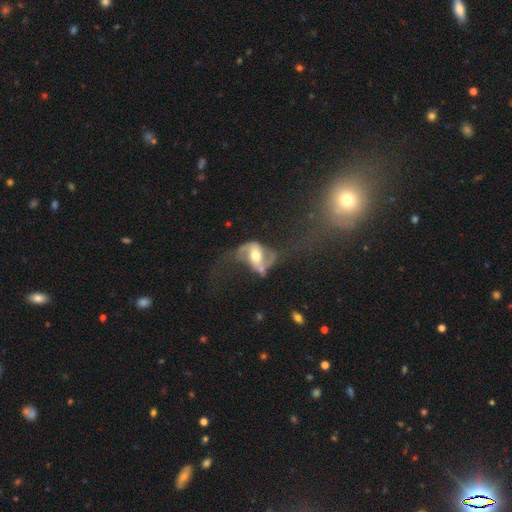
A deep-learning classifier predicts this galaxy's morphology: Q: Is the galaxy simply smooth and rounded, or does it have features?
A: featured or disk — 79%.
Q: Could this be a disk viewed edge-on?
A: no — 95%.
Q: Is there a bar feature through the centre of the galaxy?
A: weak — 39%.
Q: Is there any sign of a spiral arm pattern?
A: yes — 86%.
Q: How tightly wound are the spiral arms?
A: loose — 67%.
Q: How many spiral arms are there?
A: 2 — 88%.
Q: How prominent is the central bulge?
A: moderate — 69%.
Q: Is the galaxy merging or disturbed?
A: none — 37%.